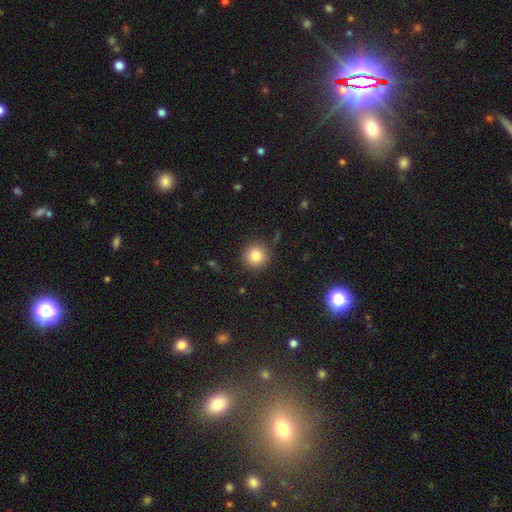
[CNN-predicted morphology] A smooth galaxy with no disk features (82%) that is round (95%). Merging: none (89%).